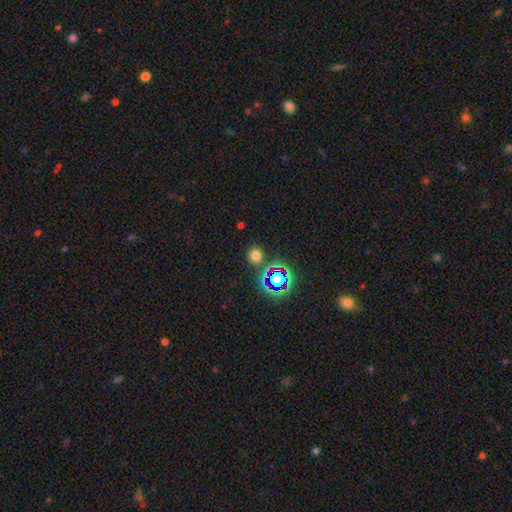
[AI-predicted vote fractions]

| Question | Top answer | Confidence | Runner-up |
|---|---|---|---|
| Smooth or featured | smooth | 69% | star or artifact (25%) |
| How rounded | round | 88% | in between (11%) |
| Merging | none | 83% | minor disturbance (8%) |